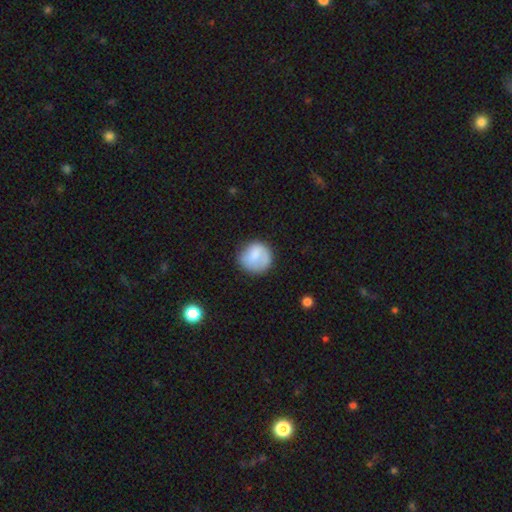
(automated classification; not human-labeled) Overall: smooth (78%). How rounded: round (89%). Merging: none (72%).